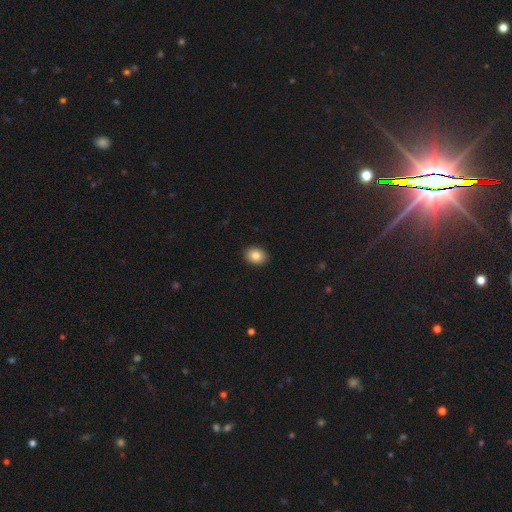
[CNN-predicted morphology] A smooth galaxy with no disk features (85%) that is in between round and cigar-shaped (62%). Merging: none (91%).